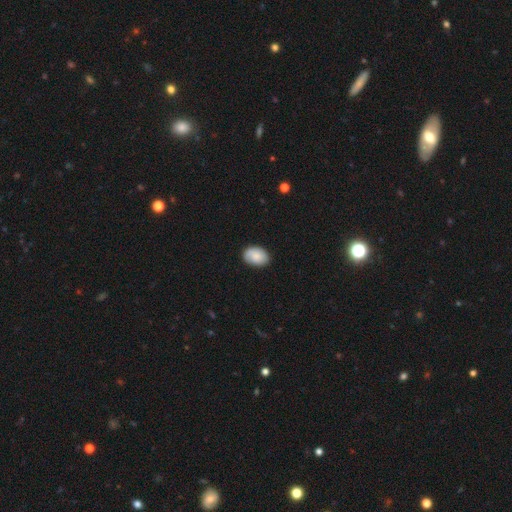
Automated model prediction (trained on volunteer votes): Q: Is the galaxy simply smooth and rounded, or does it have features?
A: smooth — 82%.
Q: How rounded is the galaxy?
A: in between — 82%.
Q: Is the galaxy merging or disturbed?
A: none — 82%.